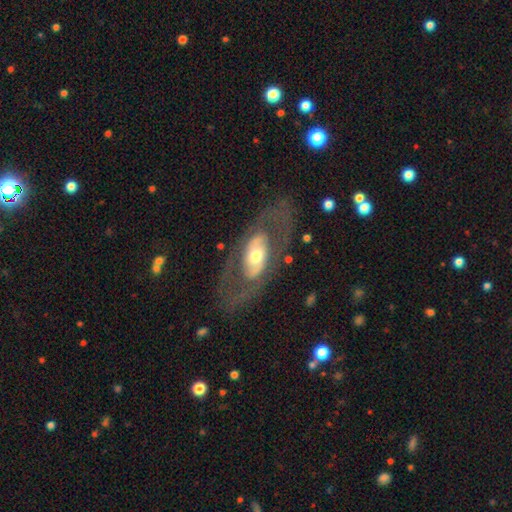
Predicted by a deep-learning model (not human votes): Q: Smooth or featured?
A: featured or disk (70%); runner-up: smooth (25%)
Q: Edge-on disk?
A: no (88%); runner-up: yes (12%)
Q: Bar?
A: no (66%); runner-up: weak (20%)
Q: Spiral arms?
A: no (59%); runner-up: yes (41%)
Q: Bulge size?
A: moderate (63%); runner-up: large (17%)
Q: Merging?
A: none (73%); runner-up: minor disturbance (13%)